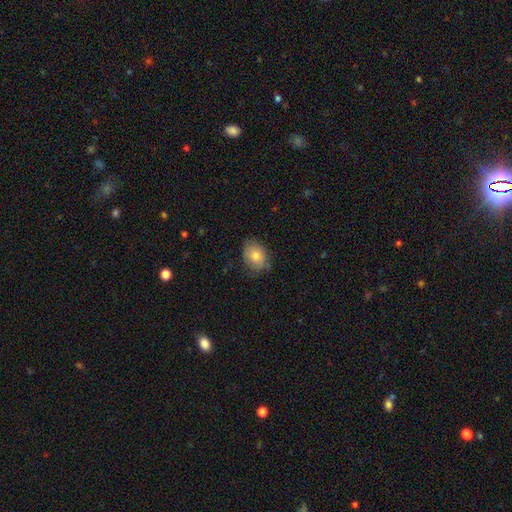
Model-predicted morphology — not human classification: Smooth or featured?
  - smooth: 76% *
  - featured or disk: 16%
  - star or artifact: 8%
How rounded?
  - in between: 66% *
  - round: 33%
  - cigar-shaped: 1%
Merging?
  - none: 71% *
  - minor disturbance: 23%
  - major disturbance: 5%
  - merger: 1%